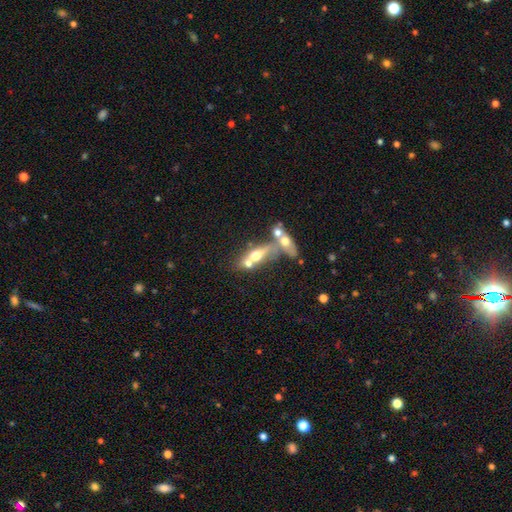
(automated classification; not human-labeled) Overall: smooth (47%; featured or disk 43%). Merging: merger (63%).